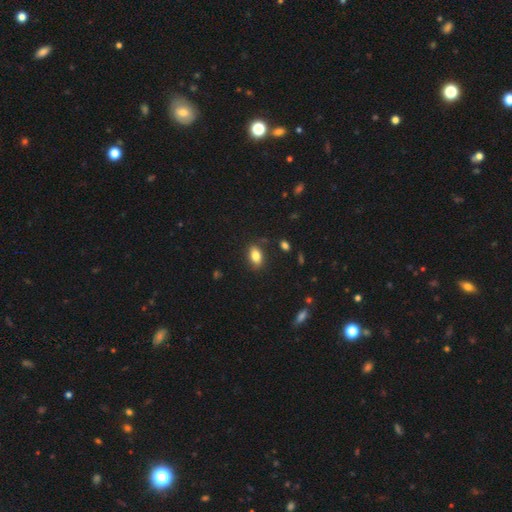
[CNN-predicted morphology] Q: Smooth or featured?
A: smooth (82%); runner-up: featured or disk (10%)
Q: How rounded?
A: in between (86%); runner-up: round (10%)
Q: Merging?
A: none (83%); runner-up: minor disturbance (12%)